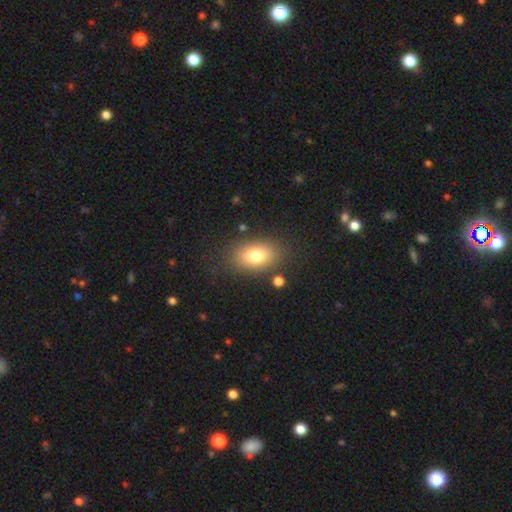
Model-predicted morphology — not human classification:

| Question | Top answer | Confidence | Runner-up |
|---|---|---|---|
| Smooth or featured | smooth | 77% | featured or disk (13%) |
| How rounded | in between | 84% | round (14%) |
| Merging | none | 81% | minor disturbance (11%) |